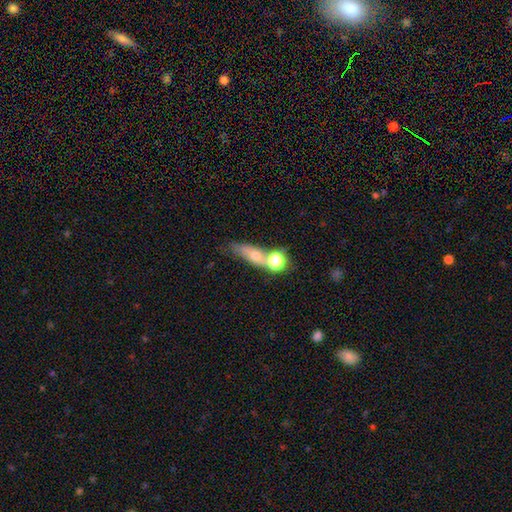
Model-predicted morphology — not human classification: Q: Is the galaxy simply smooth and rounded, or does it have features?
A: smooth — 53%.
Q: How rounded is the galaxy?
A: in between — 36%.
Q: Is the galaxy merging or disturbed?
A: none — 41%.